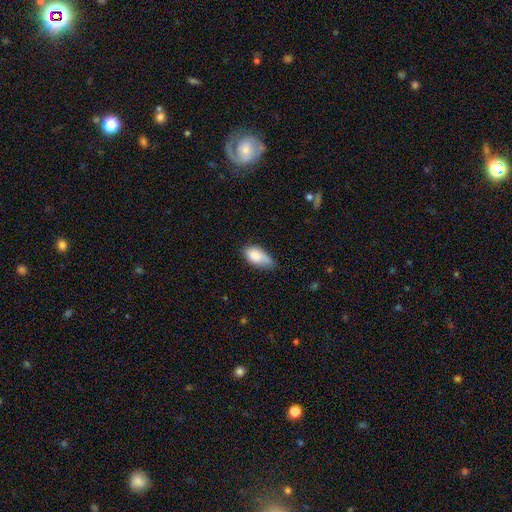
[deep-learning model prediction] This is clearly a smooth galaxy (82%). How rounded: clearly in between (92%). Merging: marginally none (45%).